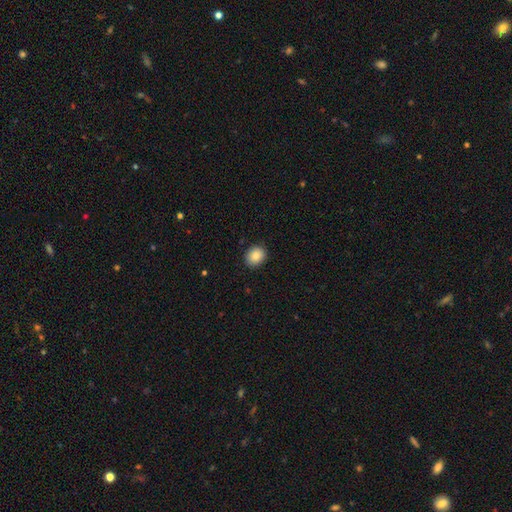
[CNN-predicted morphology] Smooth or featured? smooth (87%)
How rounded? round (61%)
Merging? none (89%)